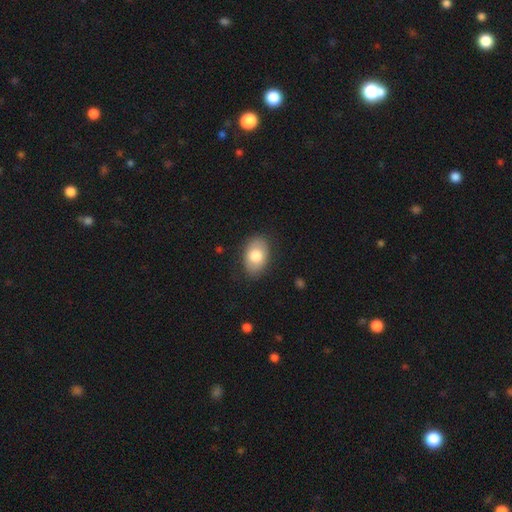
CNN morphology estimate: Q: Smooth or featured?
A: smooth (77%); runner-up: featured or disk (16%)
Q: How rounded?
A: in between (87%); runner-up: round (12%)
Q: Merging?
A: none (84%); runner-up: minor disturbance (12%)